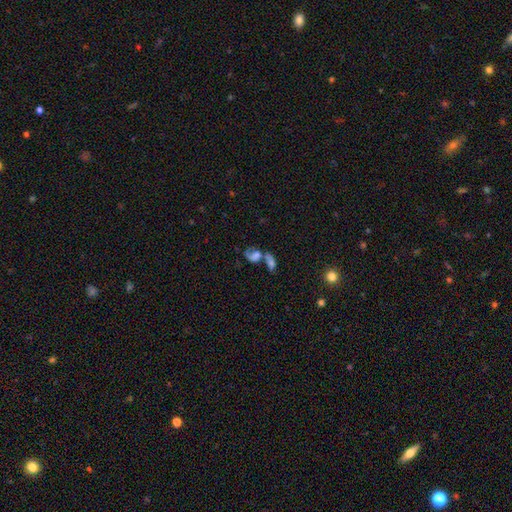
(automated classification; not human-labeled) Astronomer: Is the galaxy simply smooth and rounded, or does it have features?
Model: featured or disk — 46% (runner-up: smooth, 41%).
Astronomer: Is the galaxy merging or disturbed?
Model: merger — 57%.